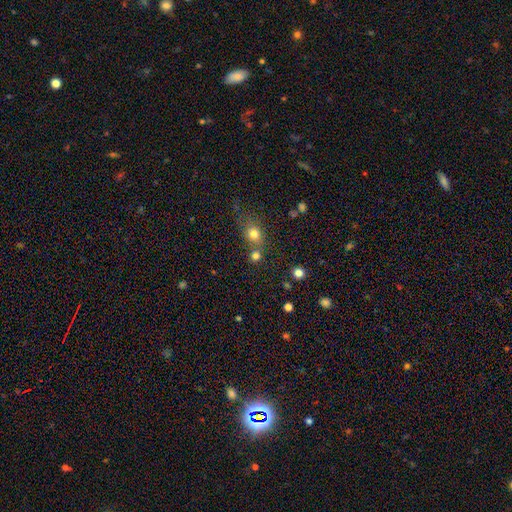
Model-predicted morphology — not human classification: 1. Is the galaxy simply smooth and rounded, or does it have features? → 76% smooth, 16% star or artifact, 8% featured or disk.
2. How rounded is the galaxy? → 79% round, 20% in between, 1% cigar-shaped.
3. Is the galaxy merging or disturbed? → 55% none, 32% merger, 9% minor disturbance, 4% major disturbance.